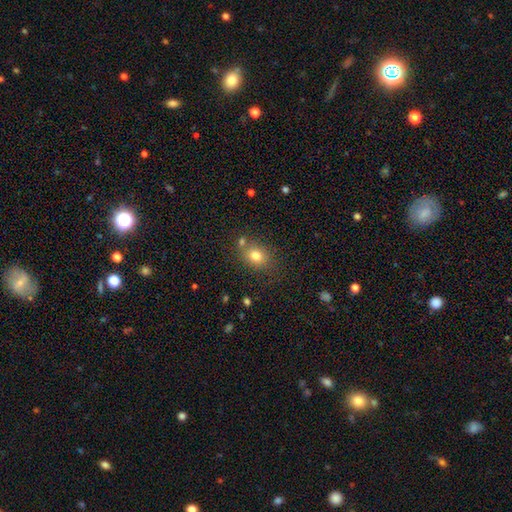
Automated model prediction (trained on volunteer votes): smooth-or-featured: smooth: 78% | star or artifact: 12% | featured or disk: 10%
  how-rounded: round: 53% | in between: 46% | cigar-shaped: 1%
  merging: none: 70% | minor disturbance: 13% | merger: 13% | major disturbance: 4%